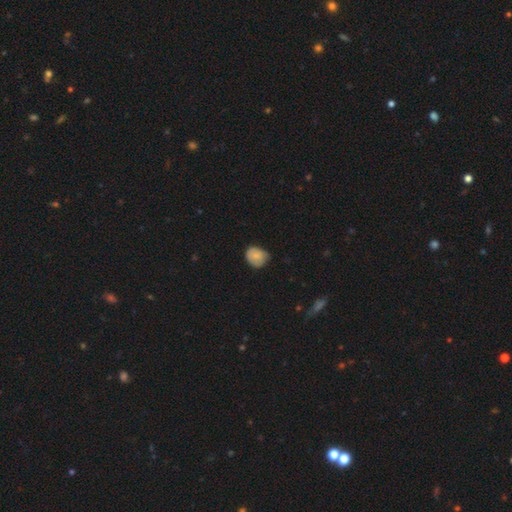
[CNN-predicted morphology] type=smooth (79%); roundness=round (63%); merging=none (58%).